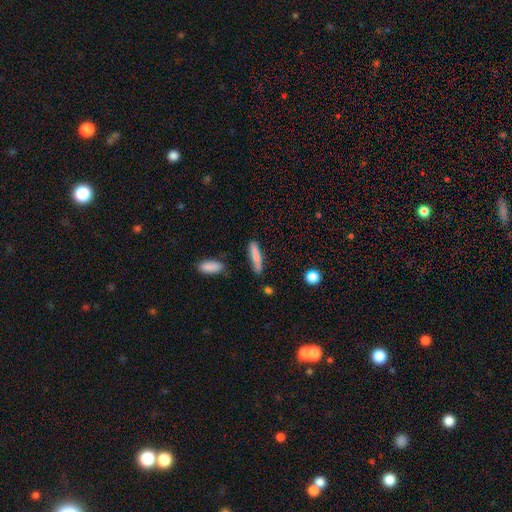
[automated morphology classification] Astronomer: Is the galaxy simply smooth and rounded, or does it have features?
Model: smooth — 77%.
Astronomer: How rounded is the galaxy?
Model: cigar-shaped — 83%.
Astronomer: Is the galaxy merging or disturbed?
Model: none — 80%.